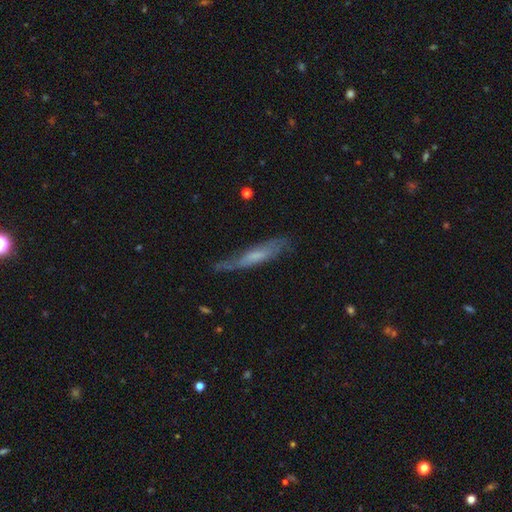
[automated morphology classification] Smooth or featured: featured or disk — 49% (smooth — 44%)
Merging: none — 58% (minor disturbance — 28%)